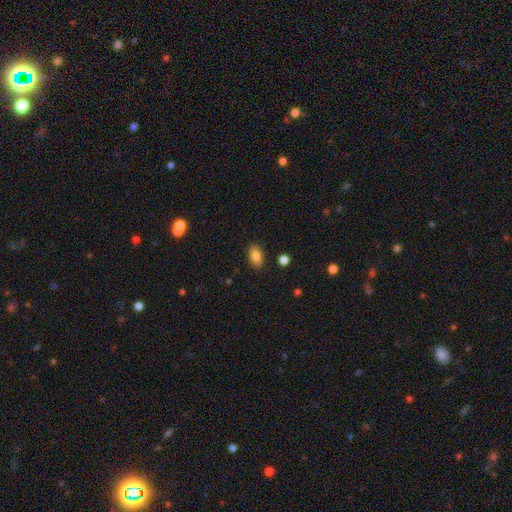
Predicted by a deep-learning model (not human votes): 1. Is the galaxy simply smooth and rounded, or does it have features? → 85% smooth, 9% star or artifact, 7% featured or disk.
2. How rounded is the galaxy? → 90% in between, 7% round, 3% cigar-shaped.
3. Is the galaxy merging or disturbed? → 87% none, 9% minor disturbance, 2% major disturbance, 2% merger.